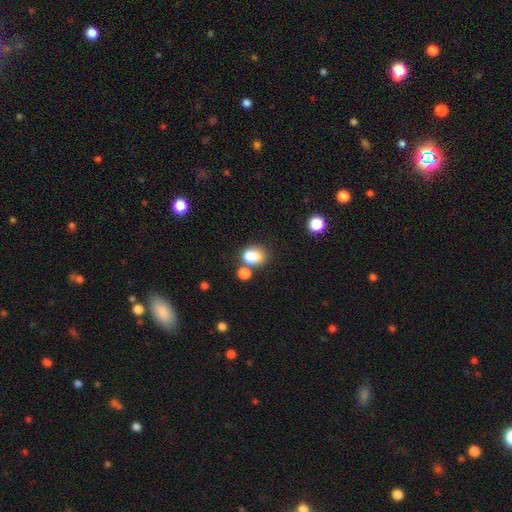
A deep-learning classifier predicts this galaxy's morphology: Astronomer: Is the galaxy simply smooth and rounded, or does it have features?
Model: smooth — 75%.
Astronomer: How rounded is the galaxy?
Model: round — 52% (runner-up: in between, 47%).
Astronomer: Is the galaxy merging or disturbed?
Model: none — 39% (runner-up: merger, 38%).